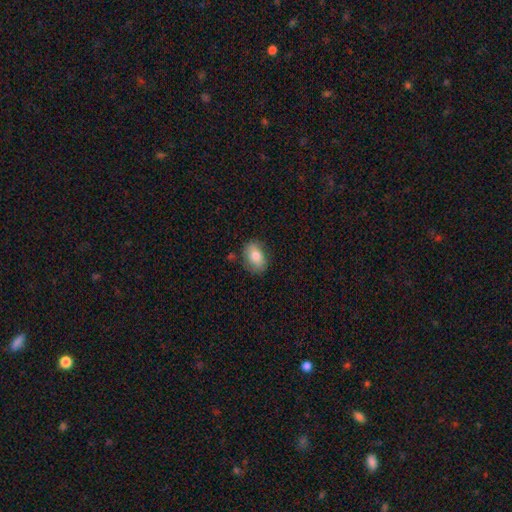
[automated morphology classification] The model was most divided on "merging": none: 76%, minor disturbance: 18%, major disturbance: 4%, merger: 2%. More confident: how rounded — in between (79%); smooth or featured — smooth (78%).